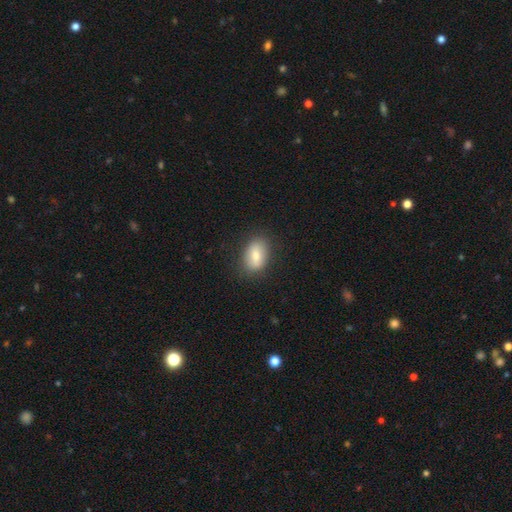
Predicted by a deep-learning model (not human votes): Q: Smooth or featured?
A: smooth (76%); runner-up: featured or disk (16%)
Q: How rounded?
A: in between (86%); runner-up: round (12%)
Q: Merging?
A: none (82%); runner-up: minor disturbance (13%)